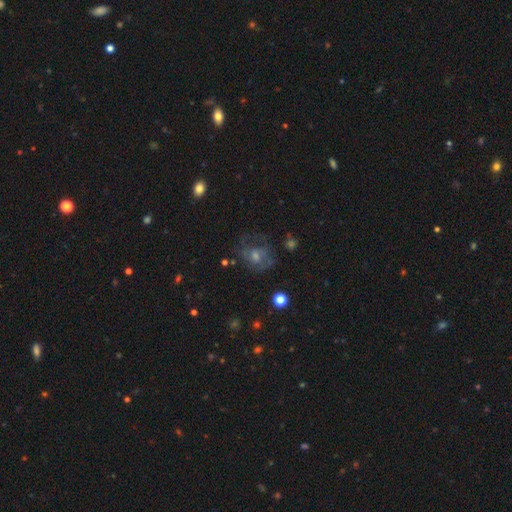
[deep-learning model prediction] Q: Smooth or featured?
A: featured or disk (54%); runner-up: smooth (26%)
Q: Edge-on disk?
A: no (97%); runner-up: yes (3%)
Q: Bar?
A: no (69%); runner-up: weak (26%)
Q: Spiral arms?
A: yes (68%); runner-up: no (32%)
Q: Bulge size?
A: moderate (50%); runner-up: small (36%)
Q: Merging?
A: none (61%); runner-up: minor disturbance (19%)